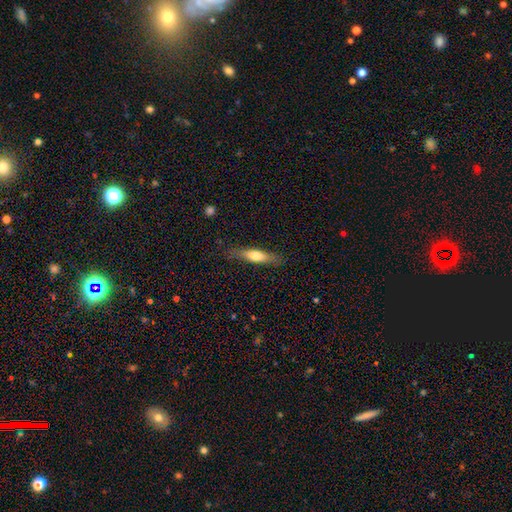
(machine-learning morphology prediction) smooth 60%, featured or disk 34%, star or artifact 6%. Down the decision tree: how rounded — cigar-shaped (75%); merging — none (82%).